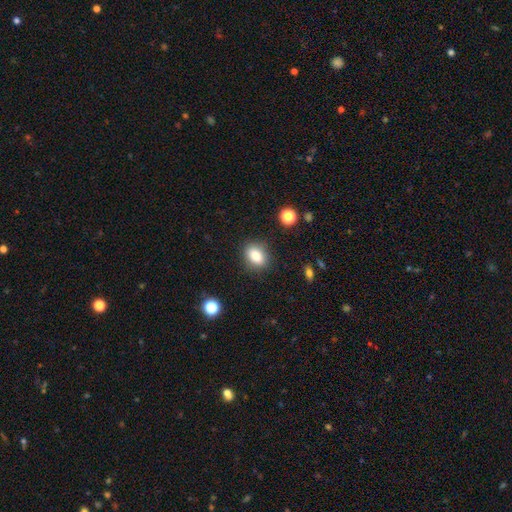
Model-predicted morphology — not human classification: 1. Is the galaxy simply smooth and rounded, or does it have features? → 85% smooth, 9% star or artifact, 6% featured or disk.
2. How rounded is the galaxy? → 67% in between, 31% round, 2% cigar-shaped.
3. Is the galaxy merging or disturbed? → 84% none, 11% minor disturbance, 3% major disturbance, 2% merger.